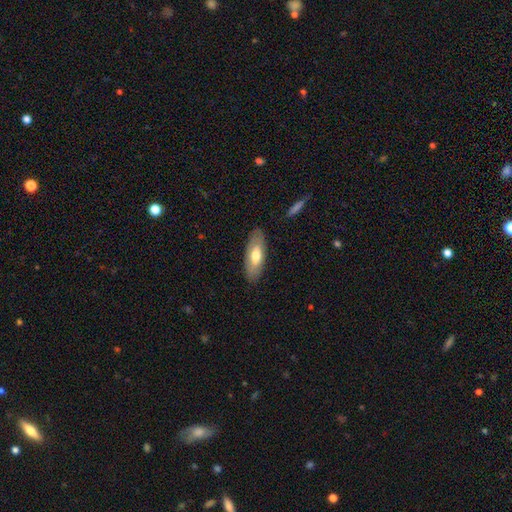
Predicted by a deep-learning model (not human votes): smooth 61%, featured or disk 33%, star or artifact 6%. Down the decision tree: how rounded — in between (76%); merging — none (86%).